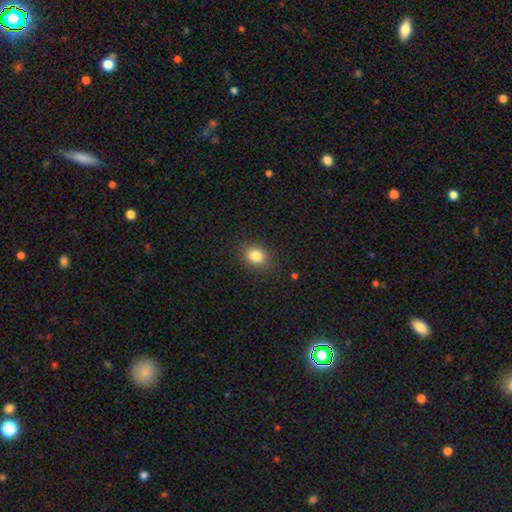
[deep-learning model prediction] Overall: smooth (83%). How rounded: round (61%; in between 38%). Merging: none (87%).